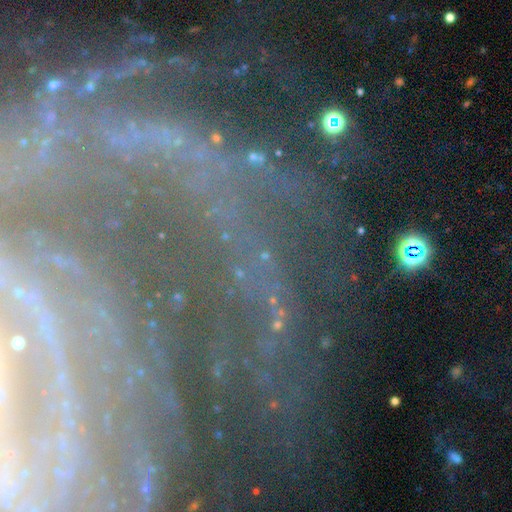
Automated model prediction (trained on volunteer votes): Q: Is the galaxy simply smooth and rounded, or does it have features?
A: featured or disk — 65%.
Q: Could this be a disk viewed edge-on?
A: no — 91%.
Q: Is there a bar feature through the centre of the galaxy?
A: strong — 41%.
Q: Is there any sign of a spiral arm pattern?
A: yes — 91%.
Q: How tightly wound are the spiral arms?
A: tight — 63%.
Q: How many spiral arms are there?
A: can't tell — 24%.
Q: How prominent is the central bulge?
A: small — 56%.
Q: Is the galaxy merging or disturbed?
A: none — 69%.